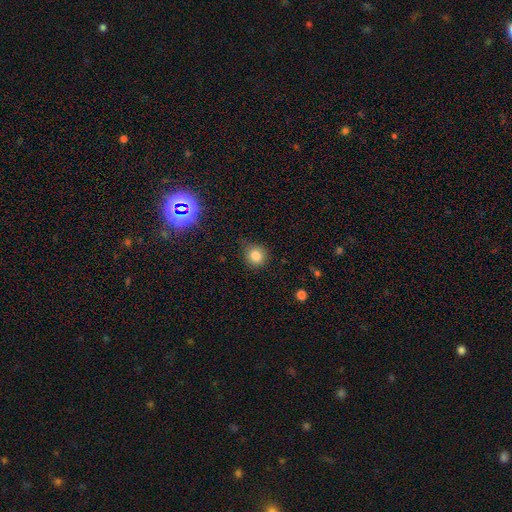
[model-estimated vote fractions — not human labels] This is clearly a smooth galaxy (81%). How rounded: clearly round (88%). Merging: likely none (78%).